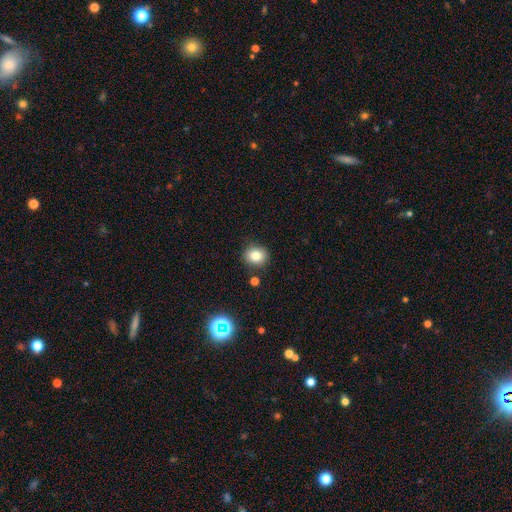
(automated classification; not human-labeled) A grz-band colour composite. It shows a smooth galaxy with no disk features (80%) that is round (76%). Merging: none (85%).